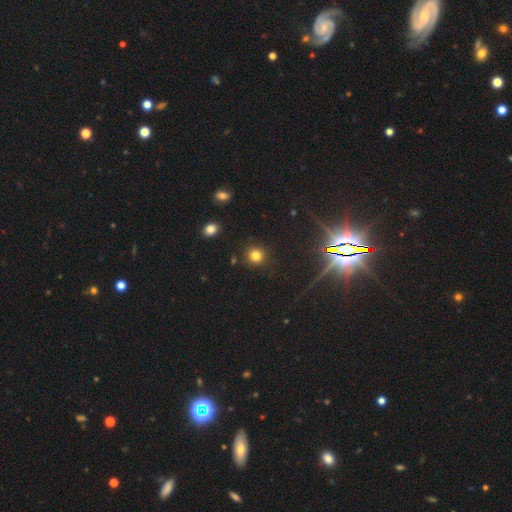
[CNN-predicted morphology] Smooth or featured: smooth — 78% (star or artifact — 16%)
How rounded: round — 92% (in between — 7%)
Merging: none — 89% (minor disturbance — 6%)